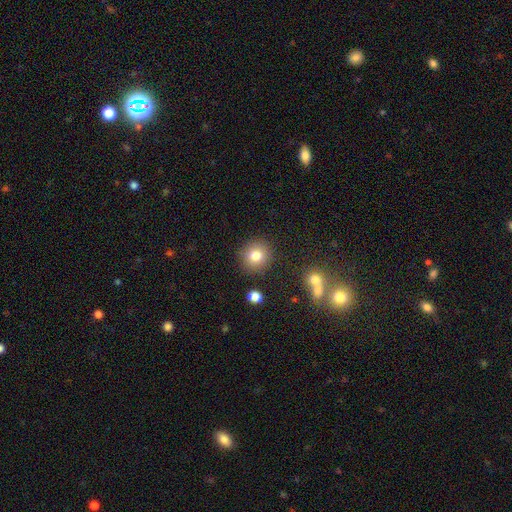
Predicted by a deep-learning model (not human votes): The model was most divided on "smooth or featured": smooth: 80%, star or artifact: 11%, featured or disk: 9%. More confident: how rounded — round (91%); merging — none (87%).